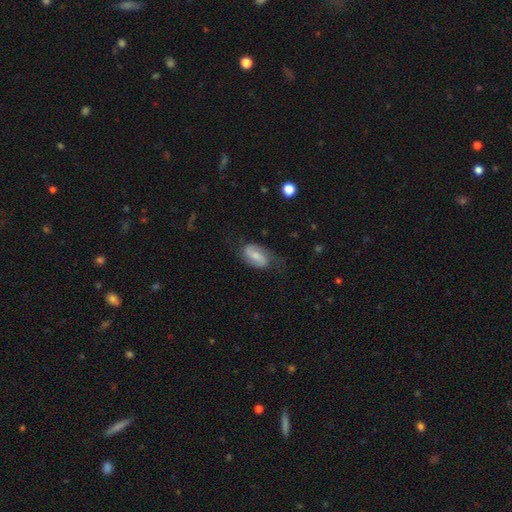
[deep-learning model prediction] smooth-or-featured: featured or disk: 55% | smooth: 38% | star or artifact: 7%
  disk-edge-on: no: 96% | yes: 4%
    bar: weak: 43% | no: 30% | strong: 27%
    has-spiral-arms: yes: 88% | no: 12%
    bulge-size: small: 49% | moderate: 35% | none: 10% | large: 4% | dominant: 1%
  merging: none: 61% | minor disturbance: 25% | major disturbance: 13% | merger: 2%